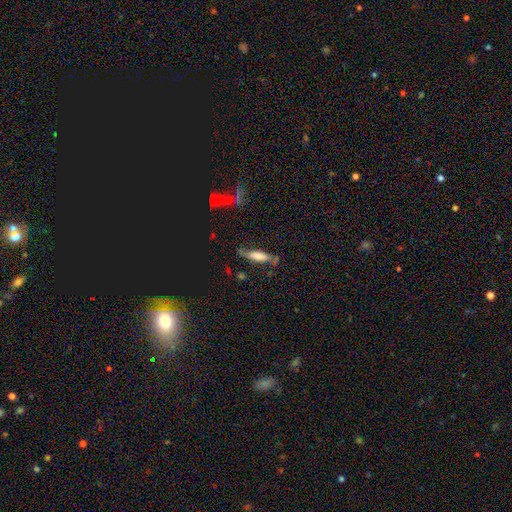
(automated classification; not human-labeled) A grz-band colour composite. It shows a smooth galaxy with no disk features (43%). Merging: none (69%).